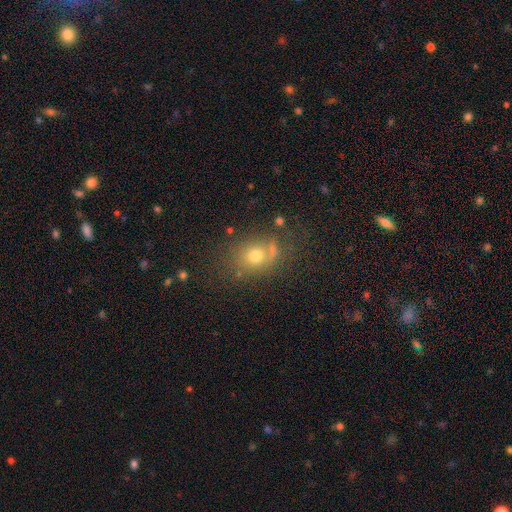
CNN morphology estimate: This appears to be a smooth galaxy with no disk features (70%) that is round (61%). Merging: none (59%).